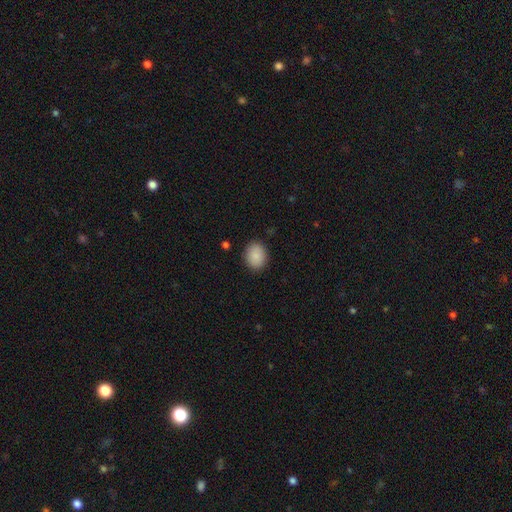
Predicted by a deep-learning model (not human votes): Smooth or featured? Predicted: smooth (p=0.89). How rounded? Predicted: round (p=0.50). Merging? Predicted: none (p=0.89).